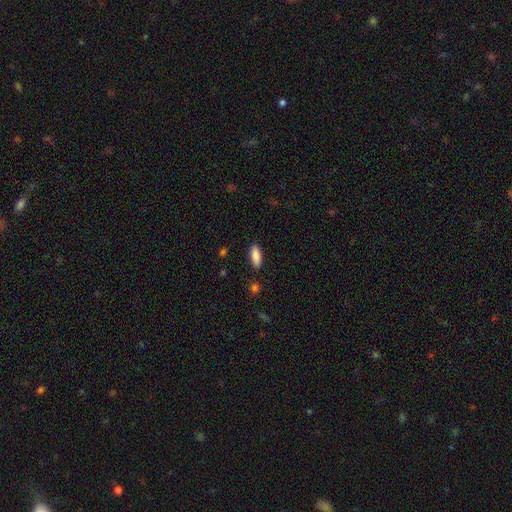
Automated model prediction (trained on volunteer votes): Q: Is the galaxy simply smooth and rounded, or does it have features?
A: smooth — 86%.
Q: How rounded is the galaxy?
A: in between — 72%.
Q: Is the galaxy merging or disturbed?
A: none — 85%.